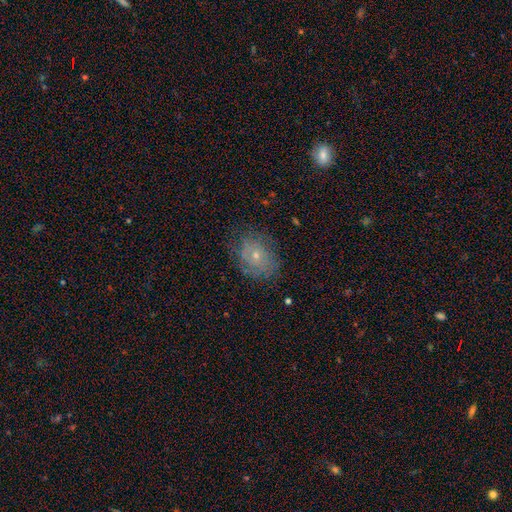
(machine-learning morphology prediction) A smooth galaxy with no disk features (47%). Merging: none (69%).